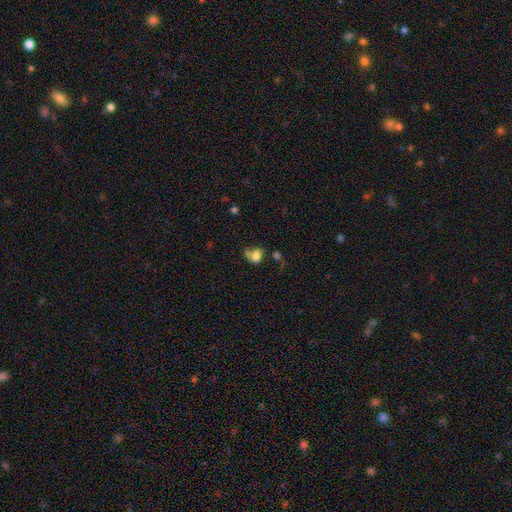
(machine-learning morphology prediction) smooth_or_featured: smooth (p=0.70) [alt: featured or disk p=0.16]
how_rounded: in between (p=0.59) [alt: round p=0.39]
merging: none (p=0.33) [alt: merger p=0.30]